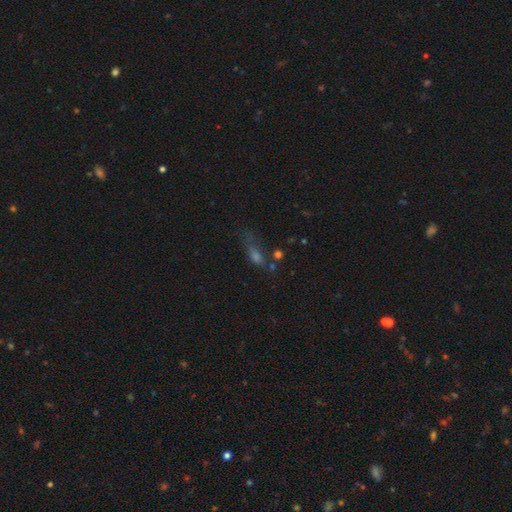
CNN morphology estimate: Smooth or featured? smooth (49%)
Merging? none (40%)